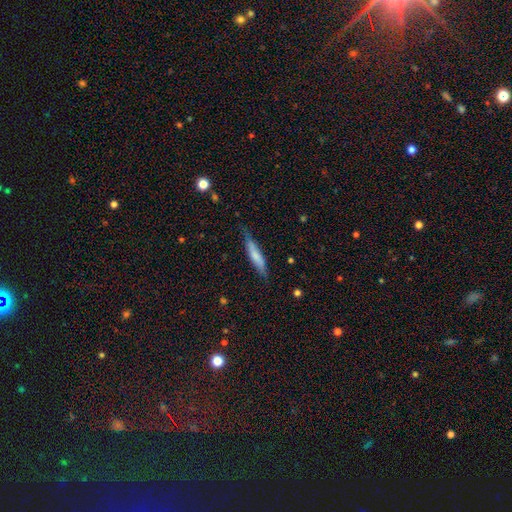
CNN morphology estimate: Q: Smooth or featured?
A: smooth (67%); runner-up: featured or disk (27%)
Q: How rounded?
A: cigar-shaped (86%); runner-up: in between (12%)
Q: Merging?
A: none (70%); runner-up: minor disturbance (24%)